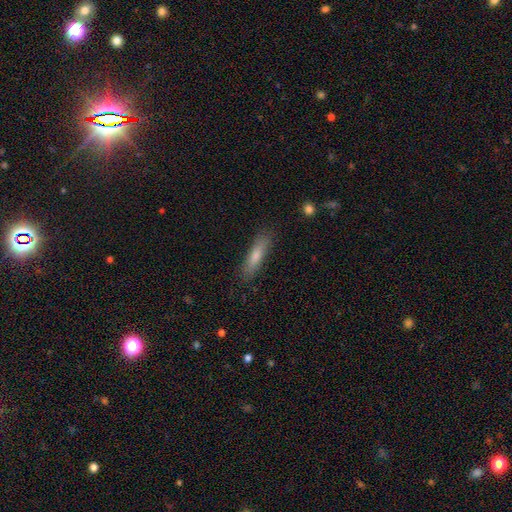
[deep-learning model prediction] smooth 69%, featured or disk 23%, star or artifact 7%. Down the decision tree: how rounded — cigar-shaped (79%); merging — none (86%).